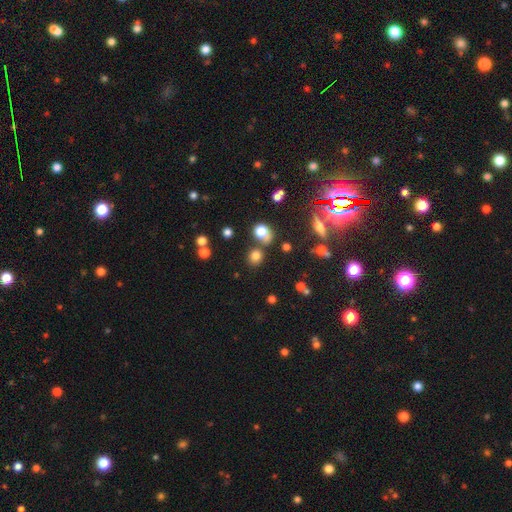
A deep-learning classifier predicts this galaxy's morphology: smooth-or-featured: smooth: 75% | star or artifact: 18% | featured or disk: 7%
  how-rounded: round: 84% | in between: 14% | cigar-shaped: 1%
  merging: none: 74% | merger: 13% | minor disturbance: 10% | major disturbance: 4%